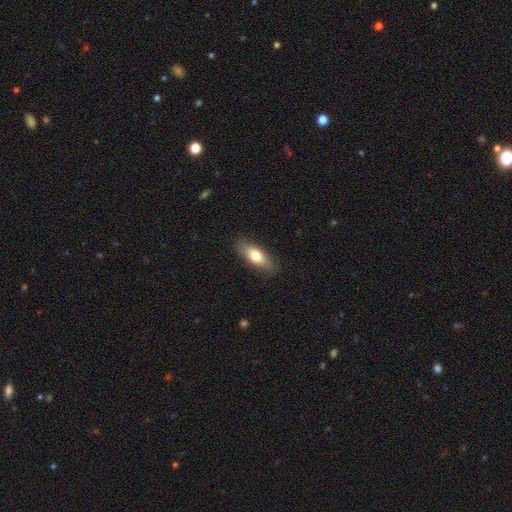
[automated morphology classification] This is likely a smooth galaxy (72%). How rounded: likely in between (69%). Merging: clearly none (85%).